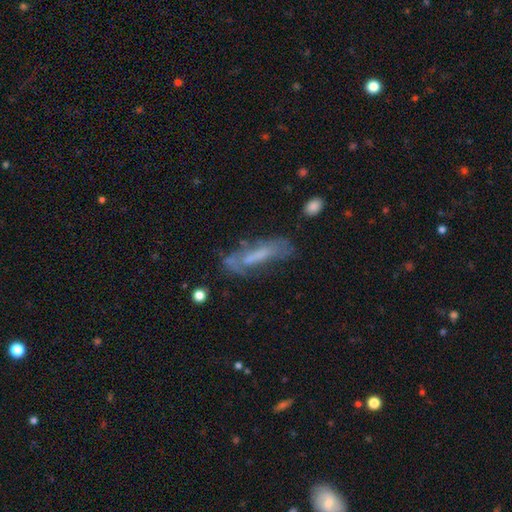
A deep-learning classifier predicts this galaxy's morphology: Smooth or featured: featured or disk — 52% (smooth — 37%)
Edge-on disk: no — 67% (yes — 33%)
Merging: none — 50% (minor disturbance — 26%)